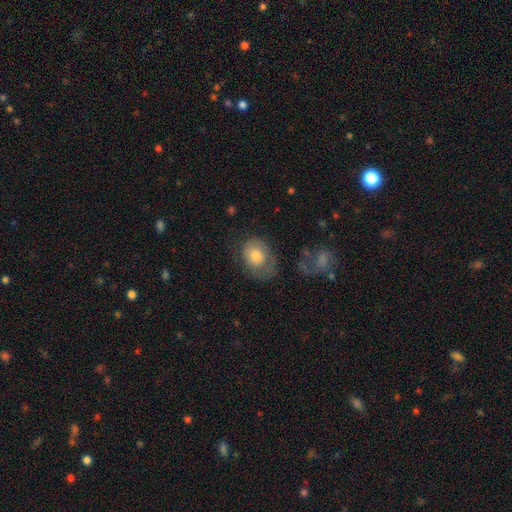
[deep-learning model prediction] Q: Smooth or featured?
A: smooth (63%); runner-up: featured or disk (29%)
Q: How rounded?
A: in between (58%); runner-up: round (41%)
Q: Merging?
A: none (47%); runner-up: minor disturbance (26%)